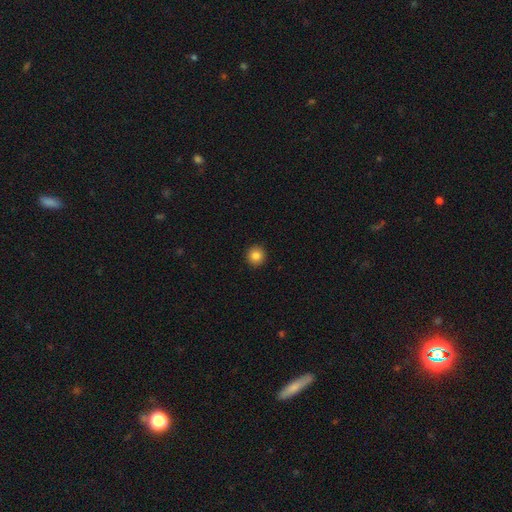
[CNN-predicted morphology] A smooth galaxy with no disk features (84%) that is round (95%). Merging: none (93%).